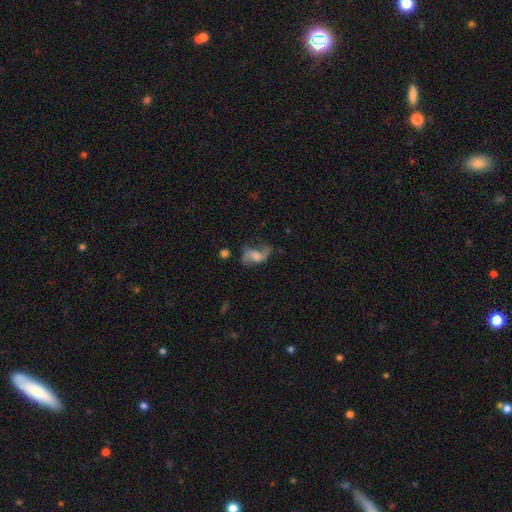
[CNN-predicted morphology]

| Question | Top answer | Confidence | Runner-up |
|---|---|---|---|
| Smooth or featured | featured or disk | 69% | smooth (21%) |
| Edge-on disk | no | 96% | yes (4%) |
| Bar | no | 49% | weak (40%) |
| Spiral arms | yes | 89% | no (11%) |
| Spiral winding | loose | 79% | medium (18%) |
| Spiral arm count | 2 | 87% | 1 (5%) |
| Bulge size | moderate | 33% | none (25%) |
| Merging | none | 52% | major disturbance (22%) |